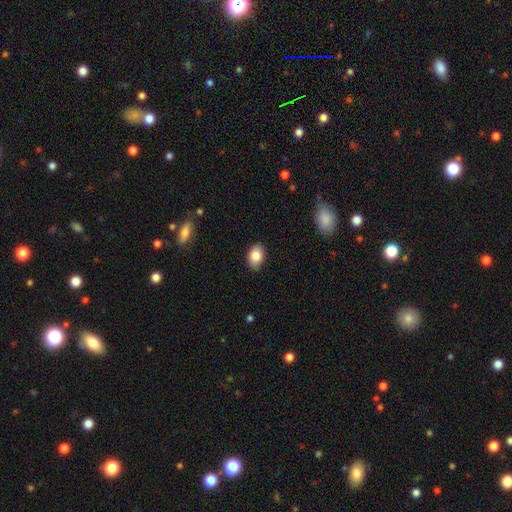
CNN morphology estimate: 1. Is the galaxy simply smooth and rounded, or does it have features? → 84% smooth, 8% featured or disk, 8% star or artifact.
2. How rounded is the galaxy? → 82% in between, 16% round, 1% cigar-shaped.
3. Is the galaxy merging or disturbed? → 85% none, 11% minor disturbance, 2% major disturbance, 1% merger.